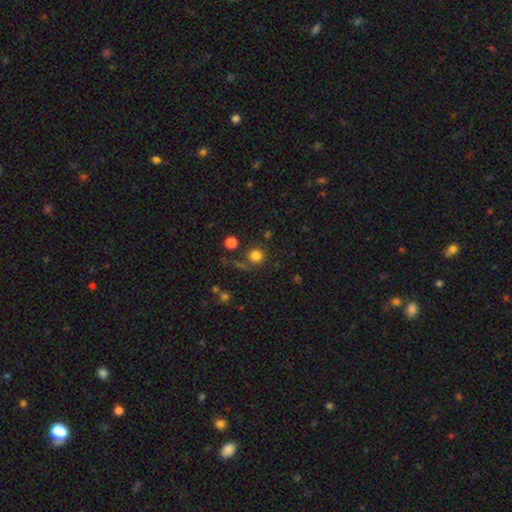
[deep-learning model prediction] A smooth galaxy with no disk features (80%) that is round (92%).

Vote fractions:
- Smooth or featured? smooth: 80% / star or artifact: 14% / featured or disk: 6%
- How rounded? round: 92% / in between: 7% / cigar-shaped: 1%
- Merging? none: 76% / minor disturbance: 10% / merger: 9% / major disturbance: 5%